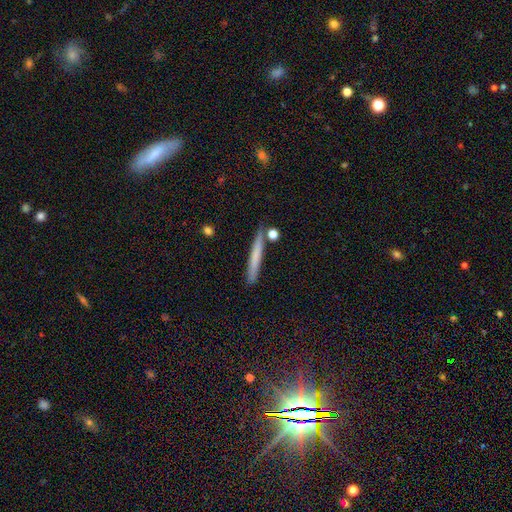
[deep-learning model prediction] Smooth or featured? smooth (68%)
How rounded? cigar-shaped (95%)
Merging? none (84%)